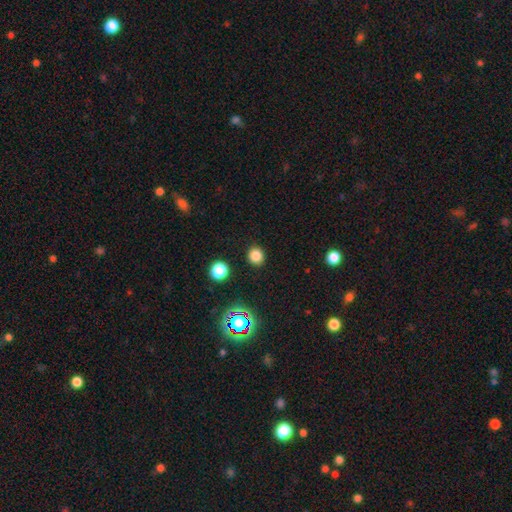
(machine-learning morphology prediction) This is clearly a smooth galaxy (80%). How rounded: clearly round (84%). Merging: clearly none (90%).